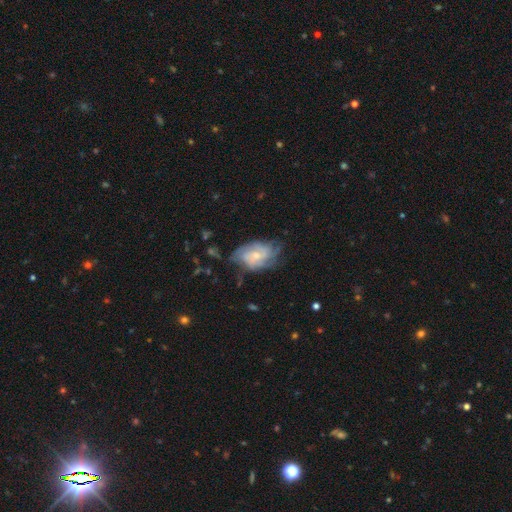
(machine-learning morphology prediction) Overall: featured or disk (73%). Edge-on disk: no (96%). Bar: no (63%; weak 32%). Spiral arms: yes (90%). Spiral arm count: can't tell (38%; 3 18%). Spiral winding: tight (47%; medium 38%). Bulge size: small (63%; moderate 30%). Merging: none (58%; minor disturbance 26%).